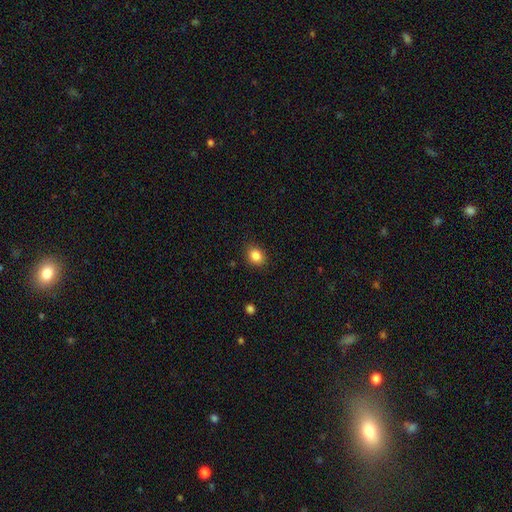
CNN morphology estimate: This is clearly a smooth galaxy (85%). How rounded: possibly round (53%). Merging: clearly none (88%).